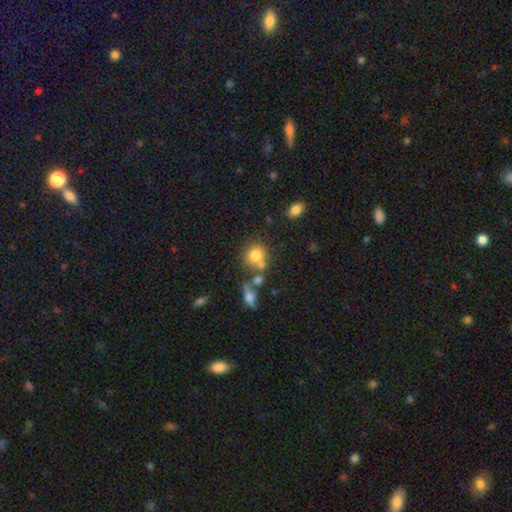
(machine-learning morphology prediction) Smooth or featured: smooth — 77% (featured or disk — 12%)
How rounded: round — 78% (in between — 21%)
Merging: none — 55% (merger — 28%)